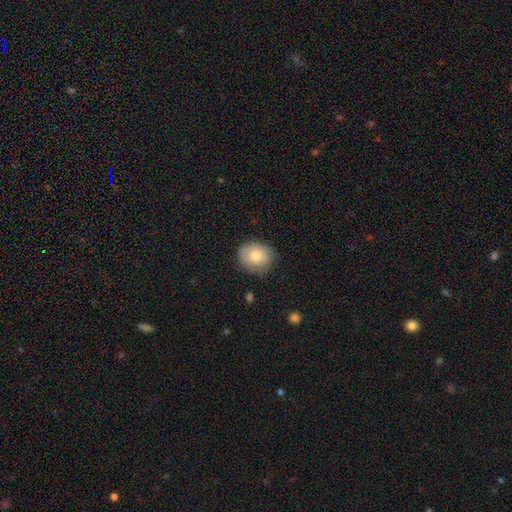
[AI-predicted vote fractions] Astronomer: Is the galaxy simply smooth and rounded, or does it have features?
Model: smooth — 81%.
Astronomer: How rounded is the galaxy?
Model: round — 74%.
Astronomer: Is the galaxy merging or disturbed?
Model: none — 79%.